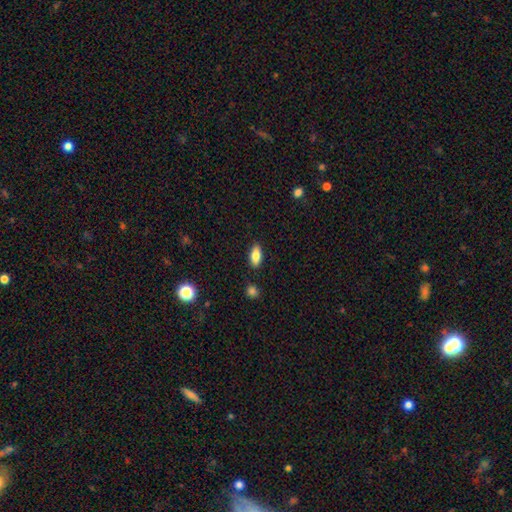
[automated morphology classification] smooth_or_featured: smooth (p=0.80) [alt: featured or disk p=0.12]
how_rounded: in between (p=0.85) [alt: cigar-shaped p=0.12]
merging: none (p=0.88) [alt: minor disturbance p=0.09]